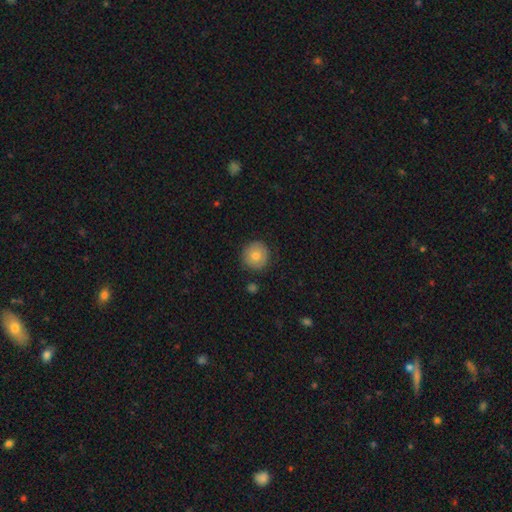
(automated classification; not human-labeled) smooth 77%, featured or disk 15%, star or artifact 9%. Down the decision tree: how rounded — round (93%); merging — none (88%).